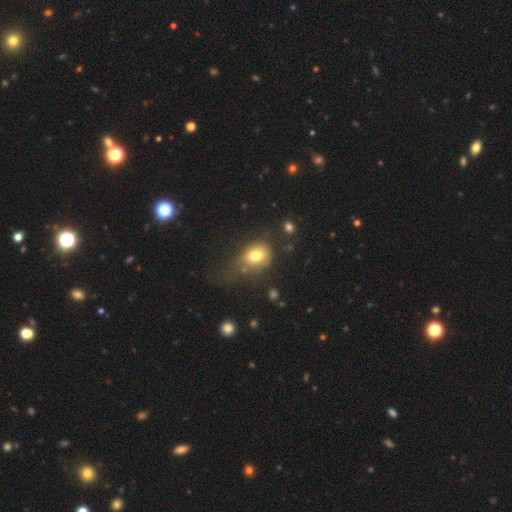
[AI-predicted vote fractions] This appears to be a smooth galaxy with no disk features (76%) that is in between round and cigar-shaped (59%). Merging: none (36%).